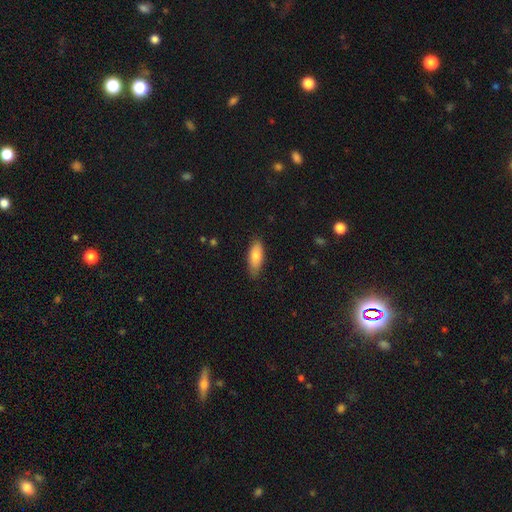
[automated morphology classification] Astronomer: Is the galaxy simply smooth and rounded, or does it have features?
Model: smooth — 78%.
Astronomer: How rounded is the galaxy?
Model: in between — 76%.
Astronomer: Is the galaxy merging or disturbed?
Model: none — 82%.